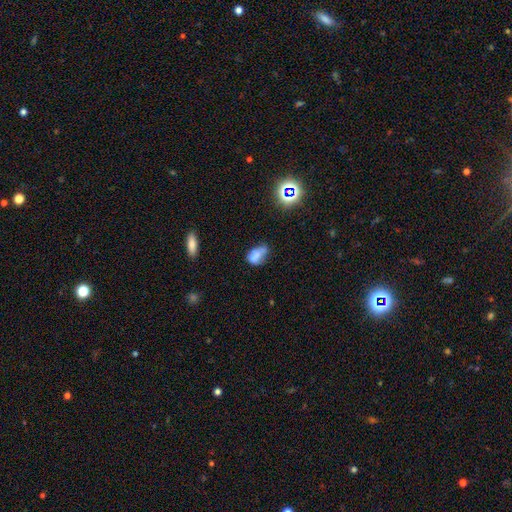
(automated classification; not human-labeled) smooth 61%, featured or disk 23%, star or artifact 16%. Down the decision tree: how rounded — in between (81%); merging — none (29%).